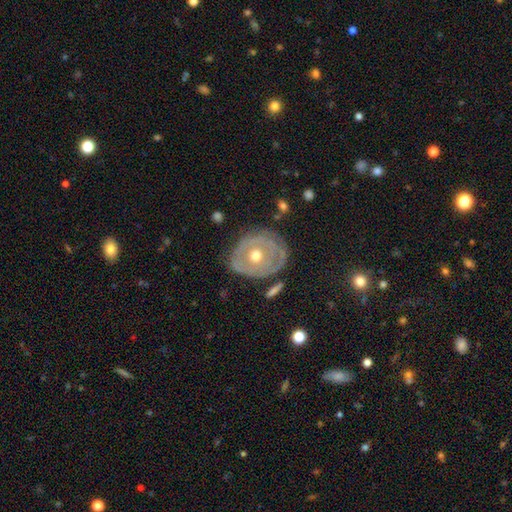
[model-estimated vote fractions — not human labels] featured or disk 68%, smooth 25%, star or artifact 6%. Down the decision tree: edge-on disk — no (94%); bar — no (87%); spiral arms — no (61%); bulge size — moderate (73%); merging — none (72%).